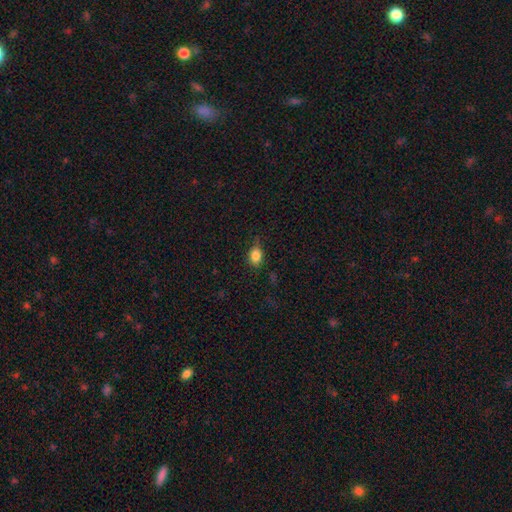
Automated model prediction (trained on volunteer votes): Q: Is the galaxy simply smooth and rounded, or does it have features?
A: smooth — 83%.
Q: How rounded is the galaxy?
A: in between — 60%.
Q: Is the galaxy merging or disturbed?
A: none — 70%.